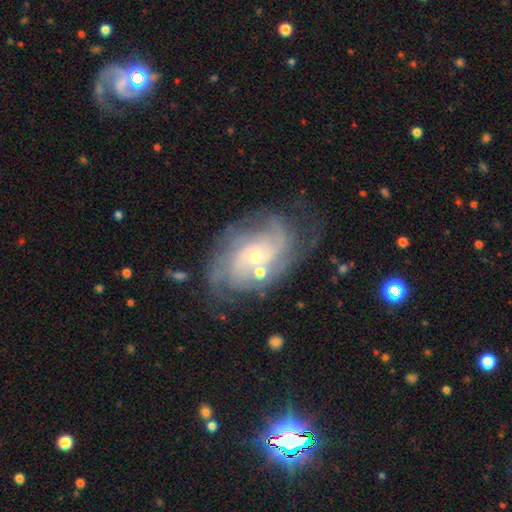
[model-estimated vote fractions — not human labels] This is clearly a featured or disk galaxy (84%). It is clearly not viewed edge-on (97%). Bar: likely no (67%). Spiral arm pattern: clearly yes (95%). Spiral arm count: marginally can't tell (30%). Spiral winding: possibly tight (52%). Central bulge: likely small (68%). Merging: likely none (64%).